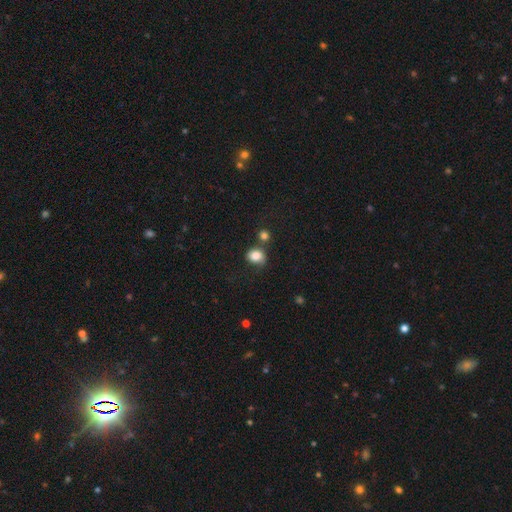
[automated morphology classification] A smooth galaxy with no disk features (82%) that is round (63%). Merging: none (54%).